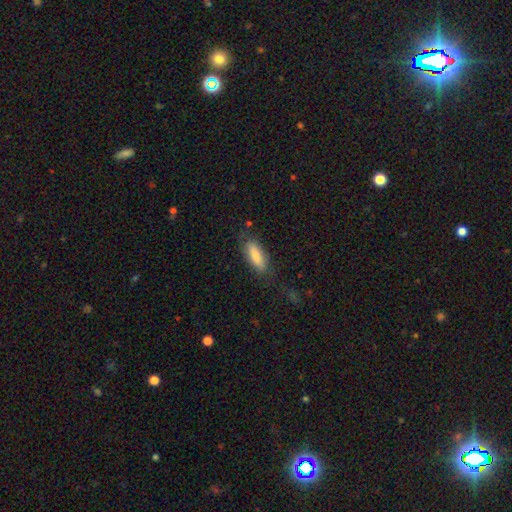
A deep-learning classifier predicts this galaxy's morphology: Smooth or featured?
  - smooth: 81% *
  - featured or disk: 13%
  - star or artifact: 6%
How rounded?
  - in between: 69% *
  - cigar-shaped: 30%
  - round: 2%
Merging?
  - none: 72% *
  - minor disturbance: 19%
  - major disturbance: 8%
  - merger: 2%